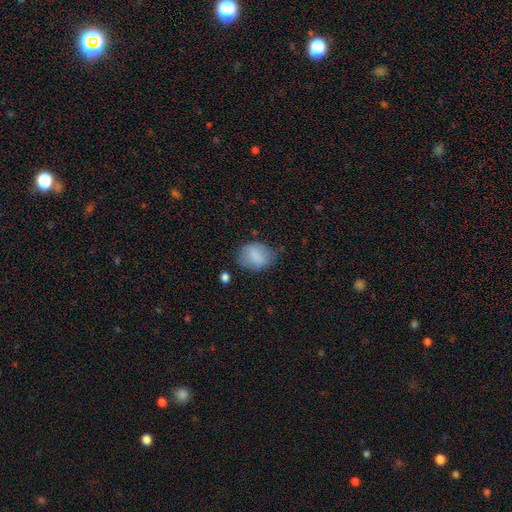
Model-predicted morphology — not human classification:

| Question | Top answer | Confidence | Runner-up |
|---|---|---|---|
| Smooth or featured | smooth | 80% | featured or disk (11%) |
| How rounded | in between | 55% | round (44%) |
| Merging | none | 66% | minor disturbance (24%) |